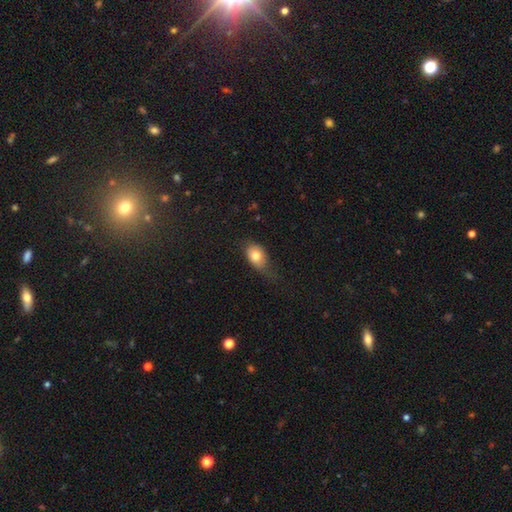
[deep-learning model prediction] A smooth galaxy with no disk features (76%) that is in between round and cigar-shaped (78%).

Vote fractions:
- Smooth or featured? smooth: 76% / featured or disk: 15% / star or artifact: 9%
- How rounded? in between: 78% / round: 19% / cigar-shaped: 2%
- Merging? none: 44% / minor disturbance: 37% / major disturbance: 18% / merger: 2%